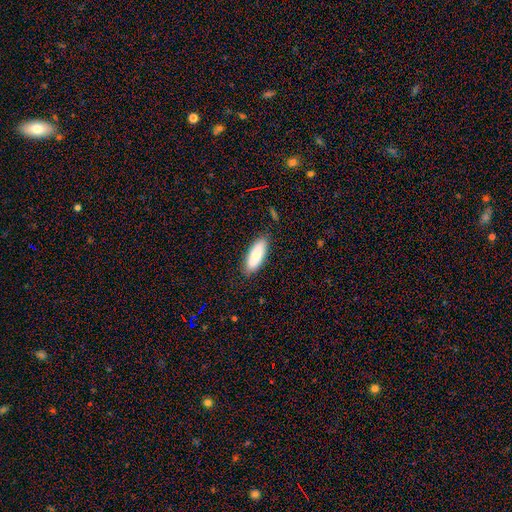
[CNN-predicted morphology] Smooth or featured? Predicted: smooth (p=0.78). How rounded? Predicted: in between (p=0.78). Merging? Predicted: none (p=0.85).